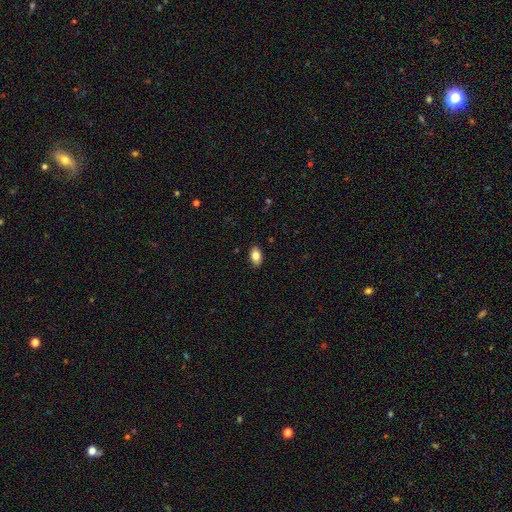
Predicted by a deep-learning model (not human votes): This appears to be a smooth galaxy with no disk features (83%) that is in between round and cigar-shaped (92%). Merging: none (88%).